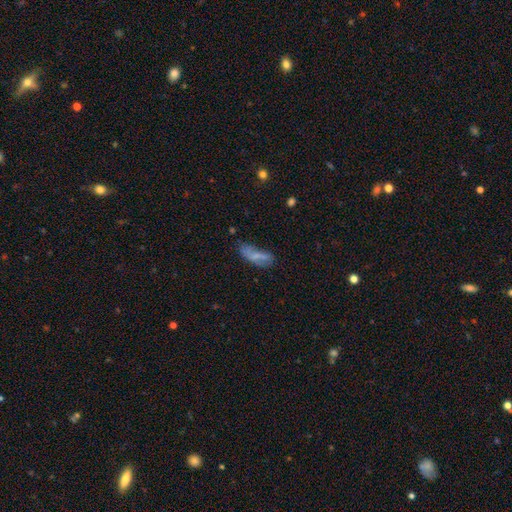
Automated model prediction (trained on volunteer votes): Morphology: type=smooth (59%); roundness=in between (65%); merging=none (42%).